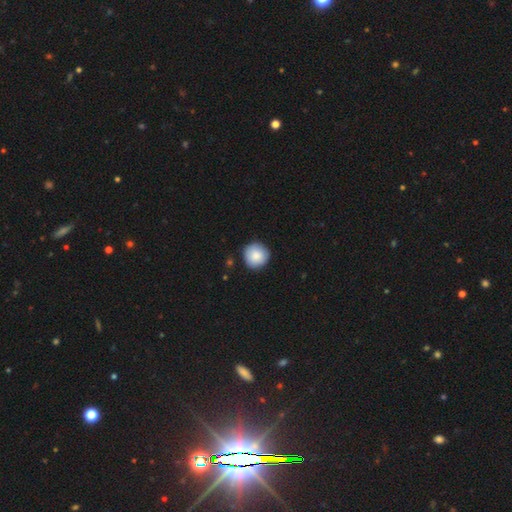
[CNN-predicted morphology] This appears to be a smooth galaxy with no disk features (86%) that is round (95%). Merging: none (88%).